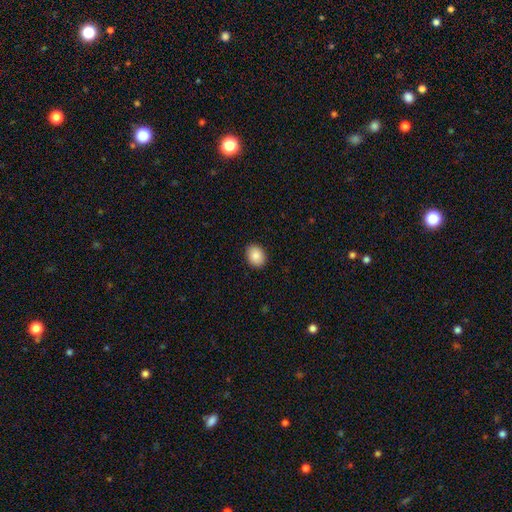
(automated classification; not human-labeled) This appears to be a smooth galaxy with no disk features (88%) that is in between round and cigar-shaped (60%). Merging: none (91%).